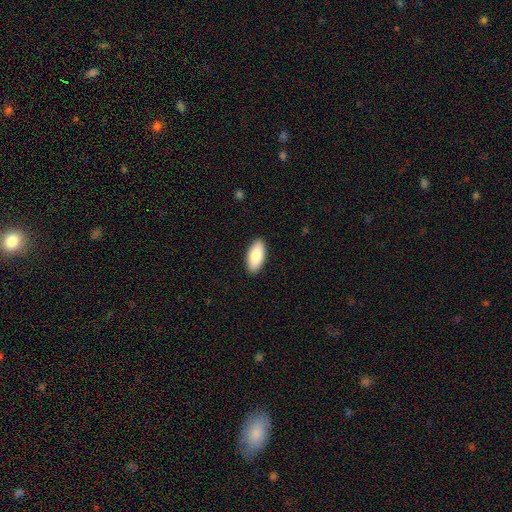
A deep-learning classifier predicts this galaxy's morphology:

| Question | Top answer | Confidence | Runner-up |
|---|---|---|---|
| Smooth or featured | smooth | 84% | featured or disk (11%) |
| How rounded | in between | 89% | cigar-shaped (9%) |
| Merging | none | 90% | minor disturbance (7%) |